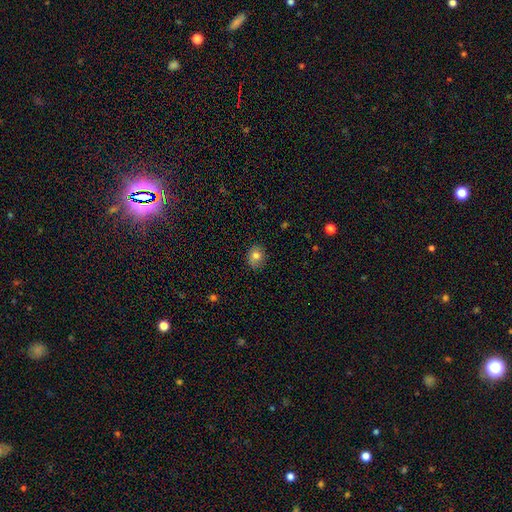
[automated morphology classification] This appears to be a smooth galaxy with no disk features (81%) that is round (67%). Merging: none (82%).